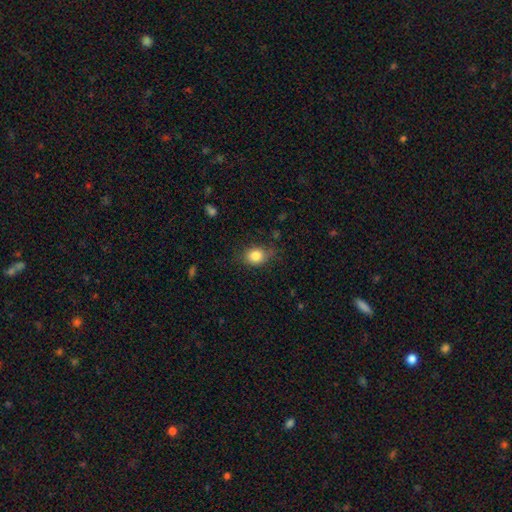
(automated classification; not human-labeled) Smooth or featured? smooth (84%)
How rounded? in between (50%)
Merging? none (71%)